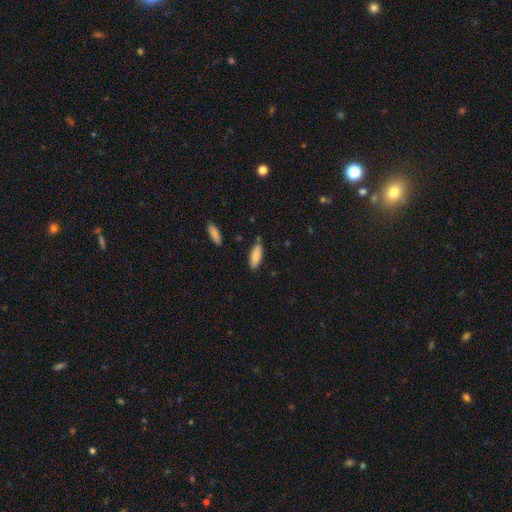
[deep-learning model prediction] Smooth or featured? Predicted: smooth (p=0.86). How rounded? Predicted: in between (p=0.67). Merging? Predicted: none (p=0.80).